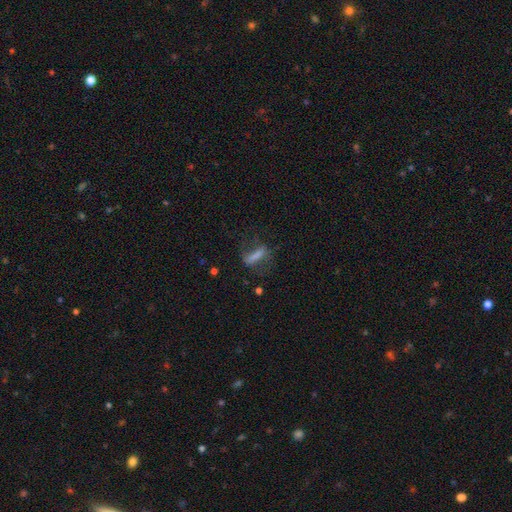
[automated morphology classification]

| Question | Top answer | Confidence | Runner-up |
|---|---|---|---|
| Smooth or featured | featured or disk | 43% | smooth (41%) |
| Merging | none | 58% | major disturbance (21%) |